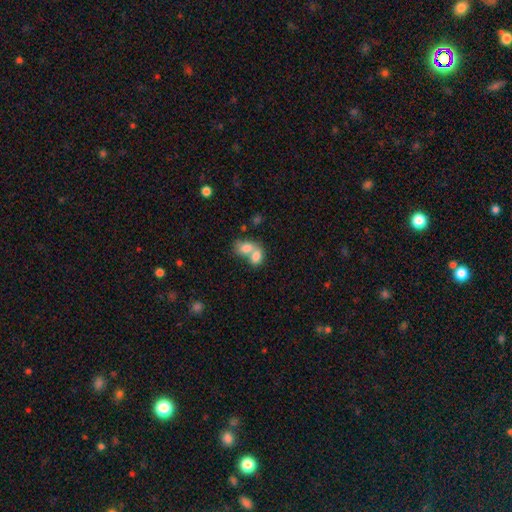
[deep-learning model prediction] Smooth or featured: smooth — 77% (featured or disk — 14%)
How rounded: in between — 75% (round — 23%)
Merging: merger — 73% (none — 18%)